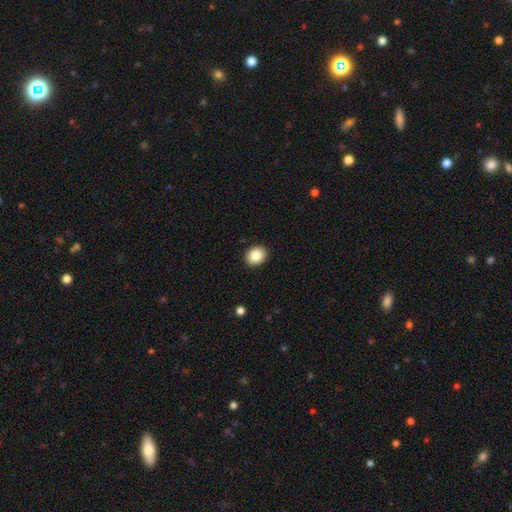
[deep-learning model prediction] Smooth or featured? Predicted: smooth (p=0.84). How rounded? Predicted: round (p=0.59). Merging? Predicted: none (p=0.91).